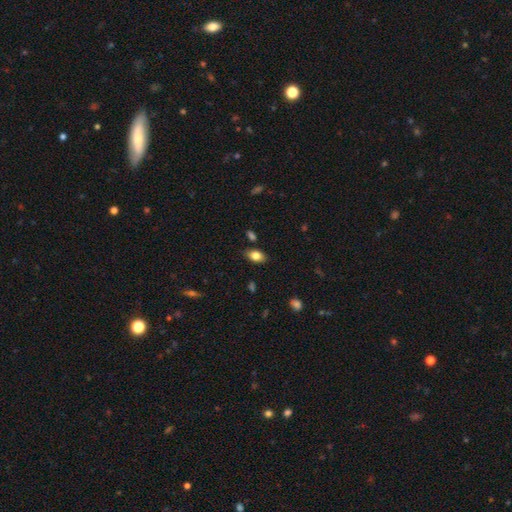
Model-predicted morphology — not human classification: A smooth galaxy with no disk features (81%) that is in between round and cigar-shaped (88%).

Vote fractions:
- Smooth or featured? smooth: 81% / featured or disk: 11% / star or artifact: 9%
- How rounded? in between: 88% / round: 9% / cigar-shaped: 3%
- Merging? none: 83% / minor disturbance: 12% / major disturbance: 2% / merger: 2%